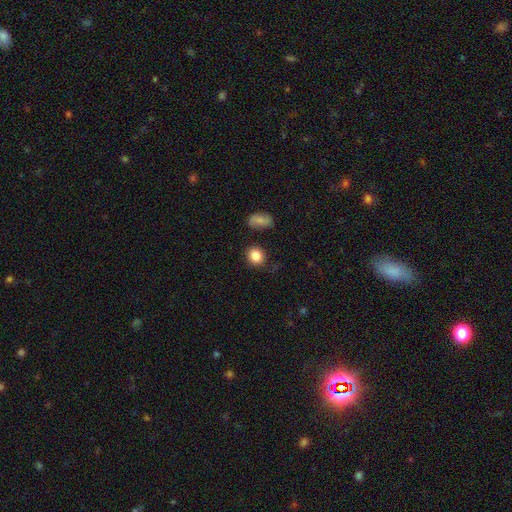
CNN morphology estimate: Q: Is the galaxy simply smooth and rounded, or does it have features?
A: smooth — 86%.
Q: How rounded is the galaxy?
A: round — 79%.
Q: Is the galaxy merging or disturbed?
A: none — 83%.